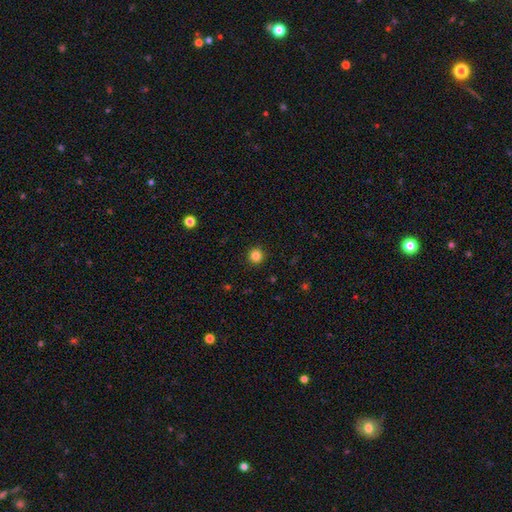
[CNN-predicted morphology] Smooth or featured? smooth (84%)
How rounded? round (95%)
Merging? none (92%)